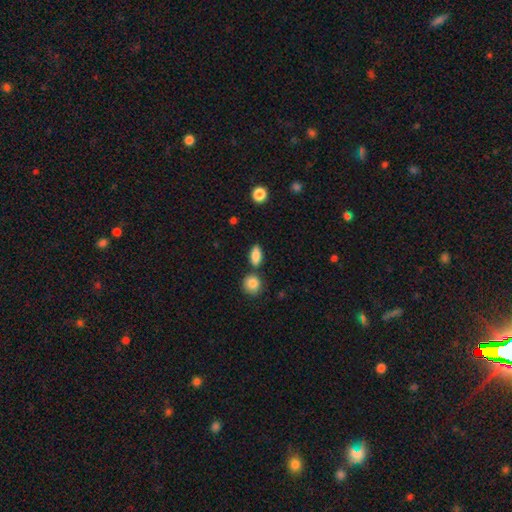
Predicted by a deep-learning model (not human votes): Q: Smooth or featured?
A: smooth (85%); runner-up: featured or disk (8%)
Q: How rounded?
A: in between (81%); runner-up: cigar-shaped (11%)
Q: Merging?
A: none (74%); runner-up: minor disturbance (13%)